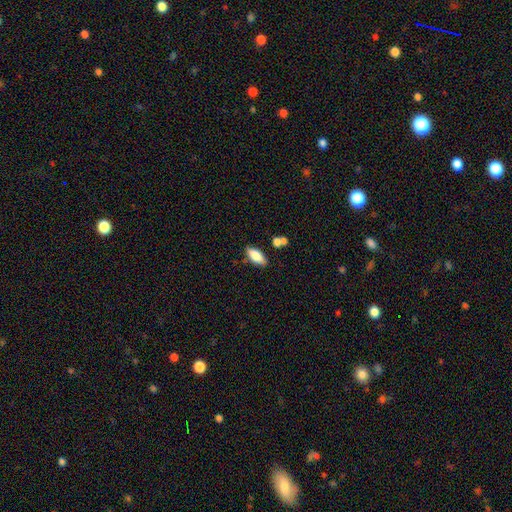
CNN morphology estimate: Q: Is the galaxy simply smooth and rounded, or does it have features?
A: smooth — 81%.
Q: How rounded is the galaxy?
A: in between — 84%.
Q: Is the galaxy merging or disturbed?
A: none — 79%.